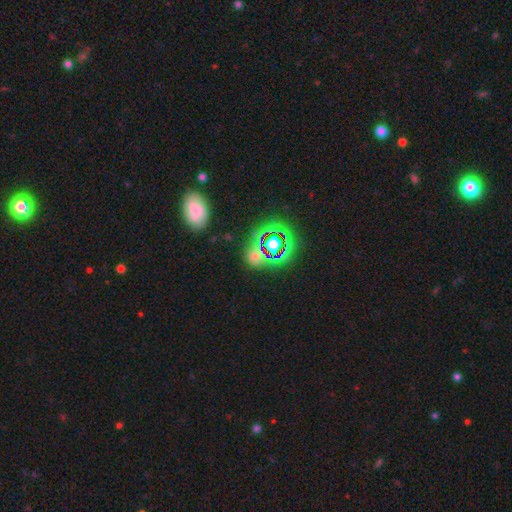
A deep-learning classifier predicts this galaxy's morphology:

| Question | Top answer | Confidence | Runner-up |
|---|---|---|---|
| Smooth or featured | star or artifact | 57% | smooth (31%) |